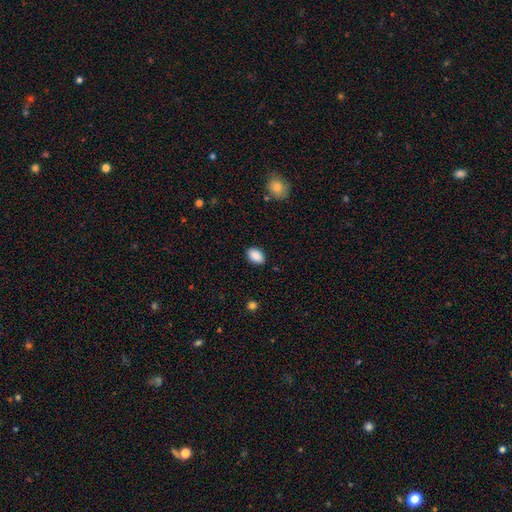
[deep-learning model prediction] Q: Smooth or featured?
A: smooth (90%); runner-up: star or artifact (7%)
Q: How rounded?
A: in between (88%); runner-up: round (11%)
Q: Merging?
A: none (88%); runner-up: minor disturbance (9%)